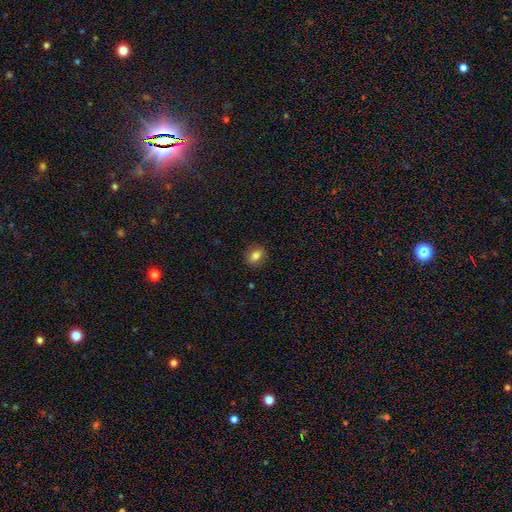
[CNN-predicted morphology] smooth 81%, star or artifact 10%, featured or disk 9%. Down the decision tree: how rounded — in between (58%); merging — none (87%).